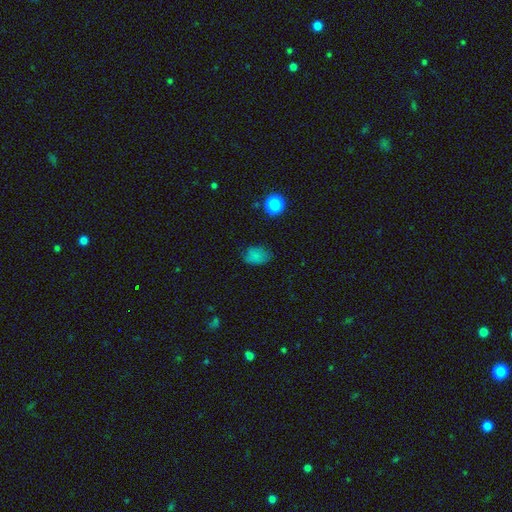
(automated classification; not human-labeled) smooth_or_featured: smooth (p=0.78) [alt: star or artifact p=0.16]
how_rounded: in between (p=0.77) [alt: round p=0.22]
merging: none (p=0.67) [alt: minor disturbance p=0.24]